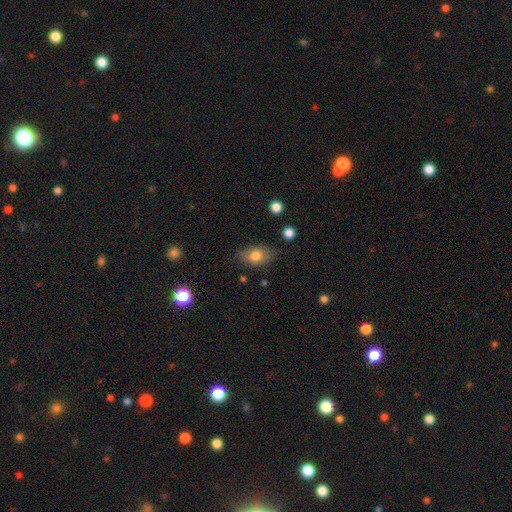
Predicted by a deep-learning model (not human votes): Smooth or featured? Predicted: smooth (p=0.77). How rounded? Predicted: in between (p=0.83). Merging? Predicted: none (p=0.72).